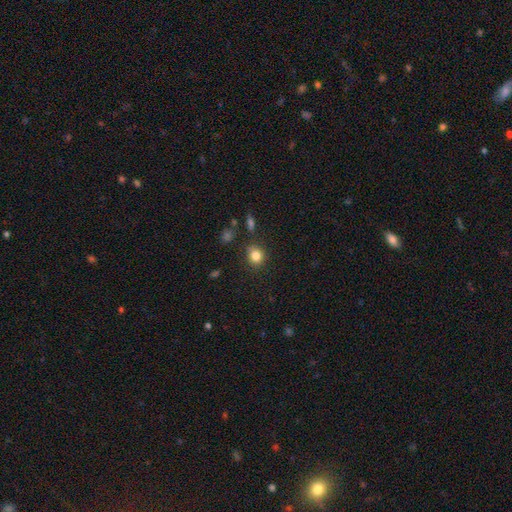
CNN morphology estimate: type=smooth (83%); roundness=round (72%); merging=none (82%).